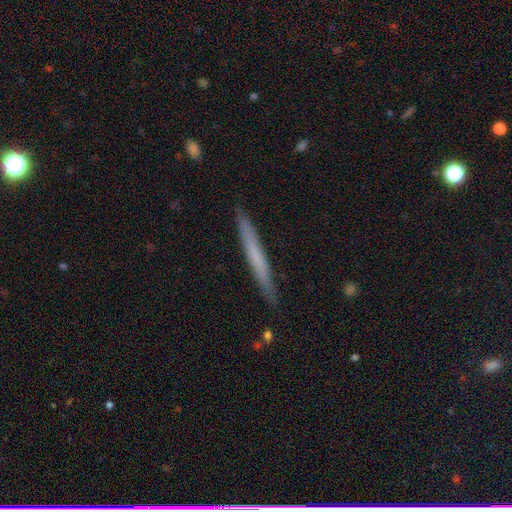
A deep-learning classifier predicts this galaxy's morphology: Smooth or featured: smooth — 53% (featured or disk — 42%)
How rounded: cigar-shaped — 97% (in between — 2%)
Merging: none — 89% (minor disturbance — 8%)